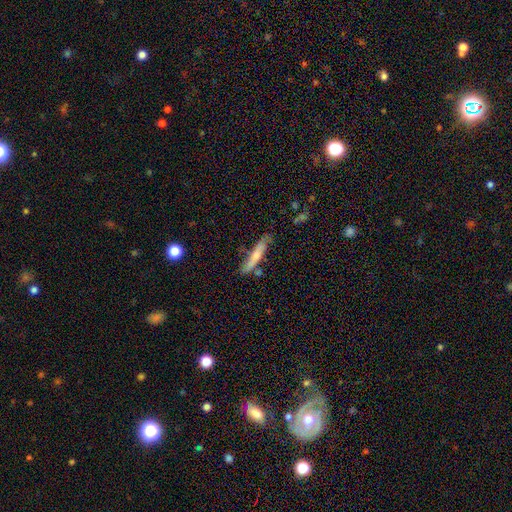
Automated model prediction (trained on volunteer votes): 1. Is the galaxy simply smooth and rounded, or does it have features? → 62% smooth, 32% featured or disk, 6% star or artifact.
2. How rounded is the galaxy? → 90% cigar-shaped, 9% in between, 1% round.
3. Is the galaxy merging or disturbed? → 66% none, 21% minor disturbance, 7% merger, 5% major disturbance.